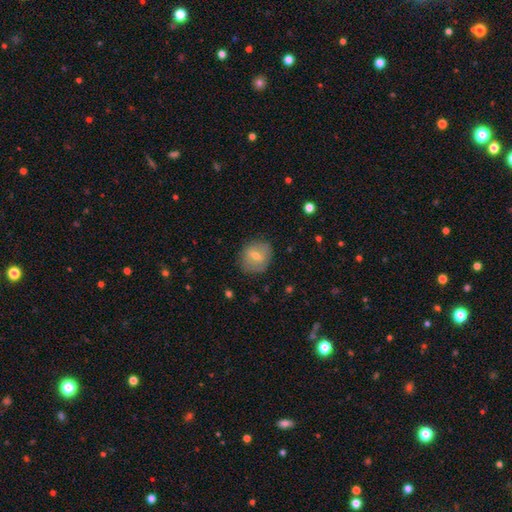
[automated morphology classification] Smooth or featured?
  - smooth: 54% *
  - featured or disk: 35%
  - star or artifact: 10%
How rounded?
  - round: 73% *
  - in between: 25%
  - cigar-shaped: 1%
Merging?
  - none: 80% *
  - minor disturbance: 15%
  - major disturbance: 4%
  - merger: 1%